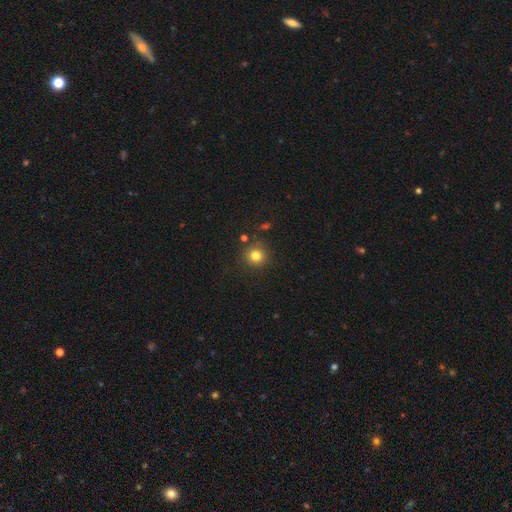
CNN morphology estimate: The model was most divided on "smooth or featured": smooth: 81%, star or artifact: 13%, featured or disk: 7%. More confident: how rounded — round (93%); merging — none (85%).